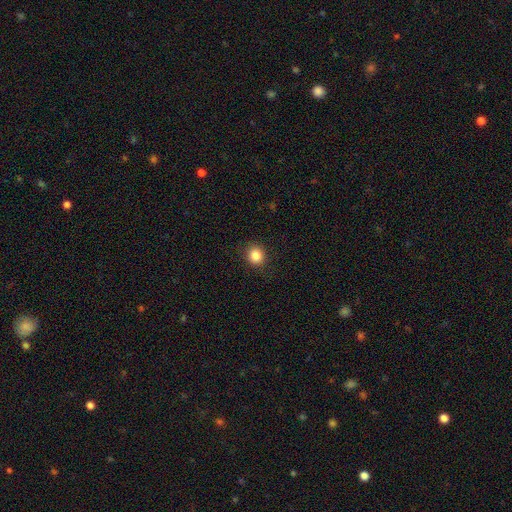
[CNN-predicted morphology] Smooth or featured: smooth — 85% (star or artifact — 11%)
How rounded: round — 86% (in between — 14%)
Merging: none — 89% (minor disturbance — 8%)